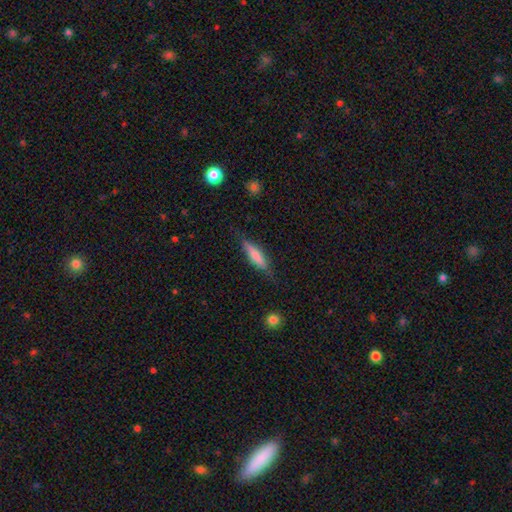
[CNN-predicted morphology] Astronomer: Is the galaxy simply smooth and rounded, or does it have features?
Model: smooth — 65%.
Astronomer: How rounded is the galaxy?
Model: cigar-shaped — 74%.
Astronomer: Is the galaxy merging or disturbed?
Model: none — 75%.